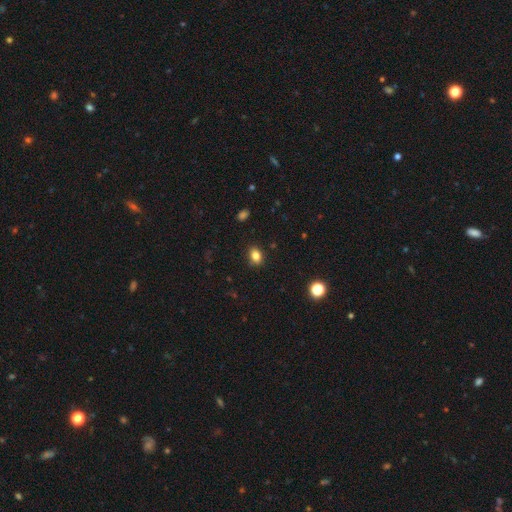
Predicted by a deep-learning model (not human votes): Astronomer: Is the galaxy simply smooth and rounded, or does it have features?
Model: smooth — 83%.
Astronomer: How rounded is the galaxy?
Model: in between — 62%.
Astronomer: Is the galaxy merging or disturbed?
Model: none — 87%.